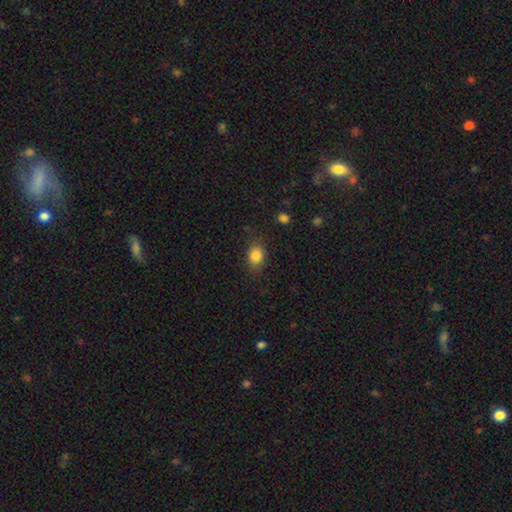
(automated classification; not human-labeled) Smooth or featured? Predicted: smooth (p=0.84). How rounded? Predicted: in between (p=0.55). Merging? Predicted: none (p=0.80).